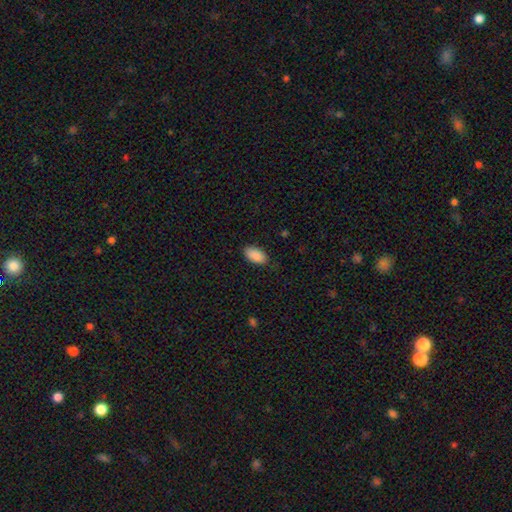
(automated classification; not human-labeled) The model was most divided on "merging": none: 82%, minor disturbance: 14%, major disturbance: 3%, merger: 1%. More confident: how rounded — in between (94%); smooth or featured — smooth (88%).